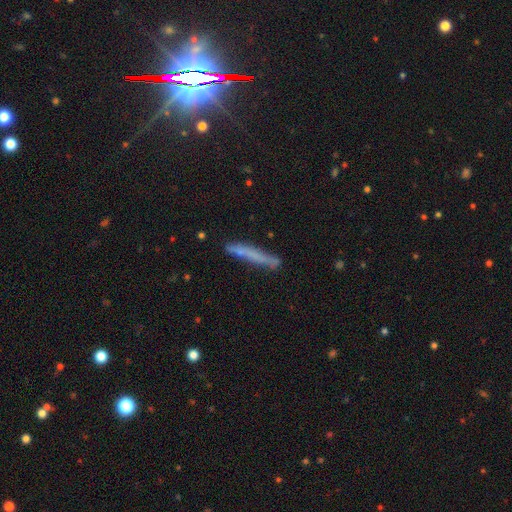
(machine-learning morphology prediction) Smooth or featured: smooth — 59% (featured or disk — 33%)
How rounded: cigar-shaped — 96% (in between — 3%)
Merging: none — 80% (minor disturbance — 15%)